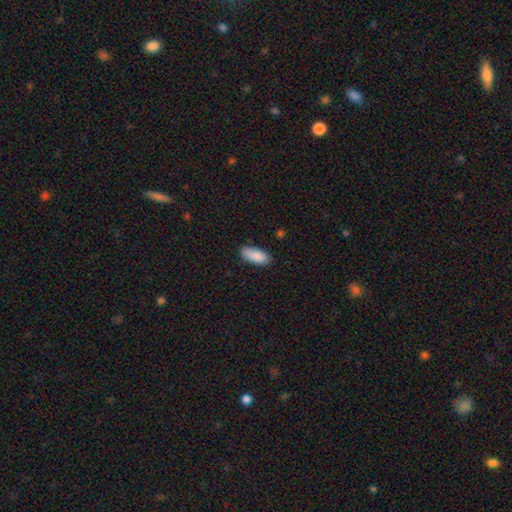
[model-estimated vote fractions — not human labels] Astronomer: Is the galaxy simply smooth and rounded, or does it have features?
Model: smooth — 89%.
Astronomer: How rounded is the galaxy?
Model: in between — 83%.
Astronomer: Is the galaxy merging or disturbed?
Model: none — 83%.